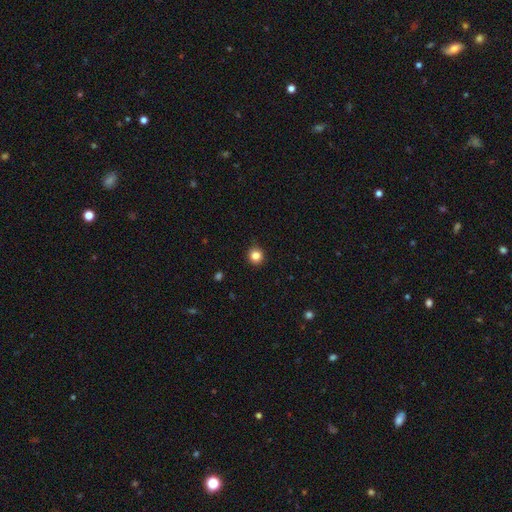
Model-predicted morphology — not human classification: Smooth or featured? smooth (84%)
How rounded? round (92%)
Merging? none (91%)